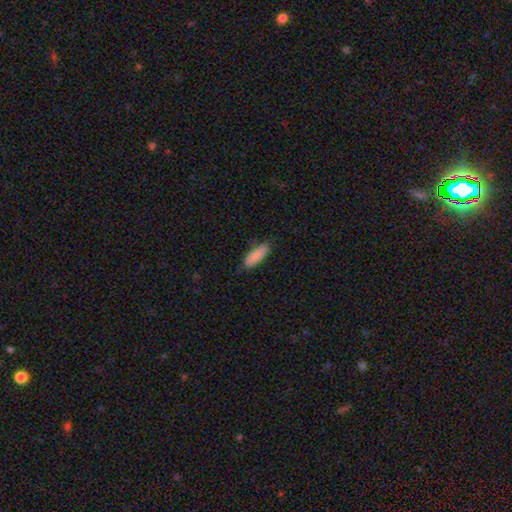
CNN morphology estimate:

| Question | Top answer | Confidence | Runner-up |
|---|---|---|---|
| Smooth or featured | smooth | 86% | featured or disk (8%) |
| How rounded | in between | 68% | cigar-shaped (30%) |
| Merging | none | 75% | minor disturbance (20%) |